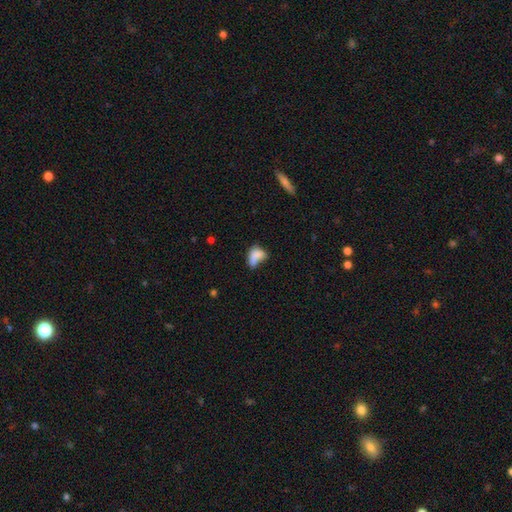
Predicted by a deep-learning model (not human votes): Overall: smooth (71%). How rounded: in between (80%). Merging: major disturbance (28%; none 26%).